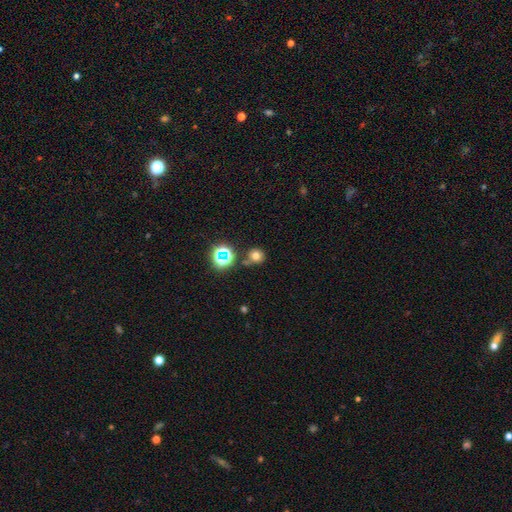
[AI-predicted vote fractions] smooth-or-featured: smooth: 68% | star or artifact: 23% | featured or disk: 9%
  how-rounded: round: 87% | in between: 12% | cigar-shaped: 1%
  merging: none: 70% | merger: 13% | minor disturbance: 12% | major disturbance: 5%